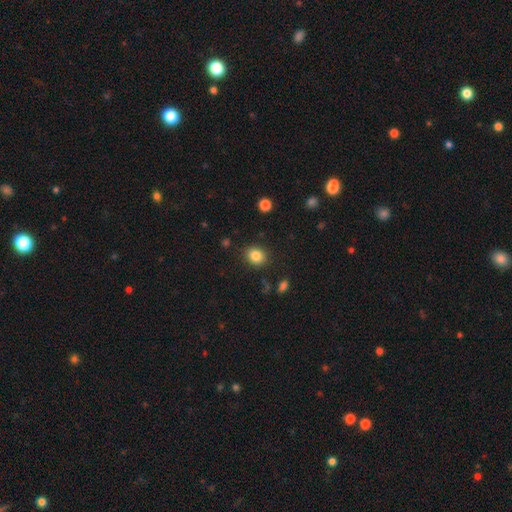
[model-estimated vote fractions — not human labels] smooth_or_featured: smooth (p=0.84) [alt: star or artifact p=0.10]
how_rounded: round (p=0.62) [alt: in between p=0.37]
merging: none (p=0.86) [alt: minor disturbance p=0.09]